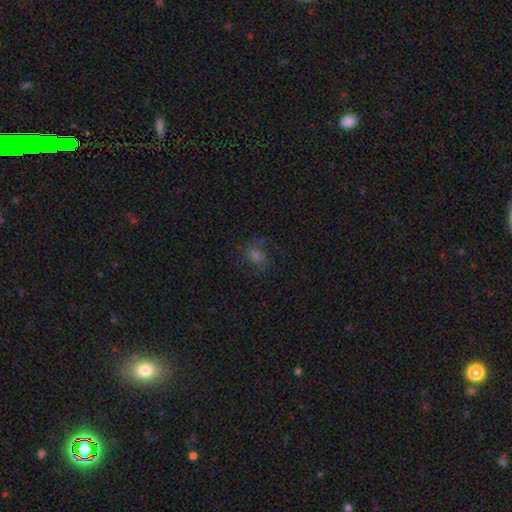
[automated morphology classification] This is marginally a featured or disk galaxy (43%). Merging: likely none (70%).